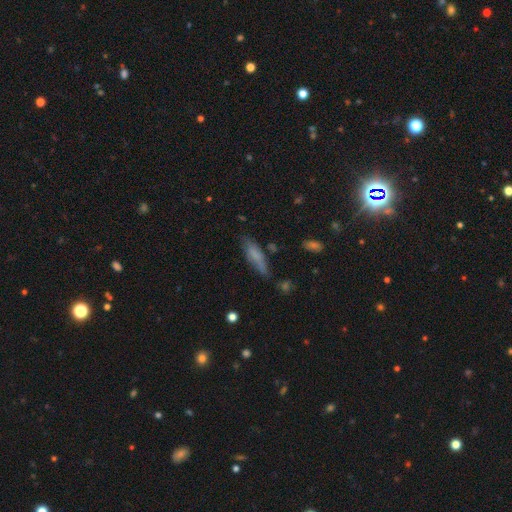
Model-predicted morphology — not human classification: type=smooth (68%); roundness=cigar-shaped (62%); merging=none (64%).